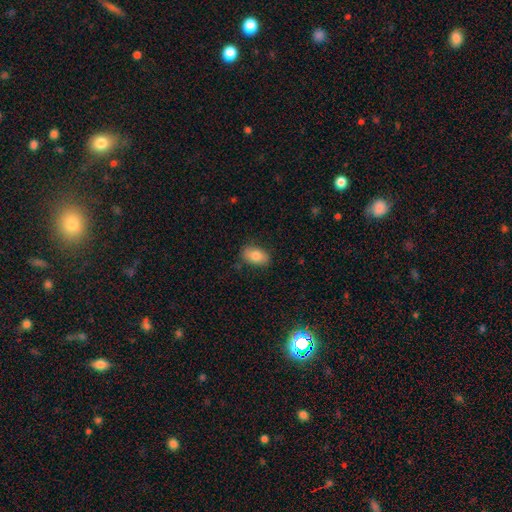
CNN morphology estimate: type=smooth (81%); roundness=in between (89%); merging=none (81%).